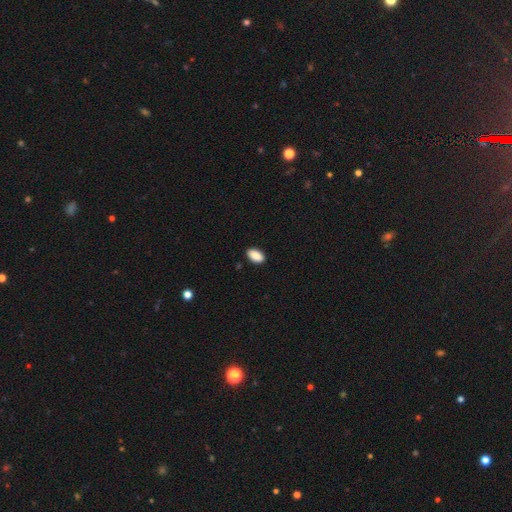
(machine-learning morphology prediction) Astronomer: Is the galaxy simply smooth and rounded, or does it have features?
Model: smooth — 90%.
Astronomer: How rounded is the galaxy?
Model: in between — 94%.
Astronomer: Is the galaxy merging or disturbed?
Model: none — 90%.